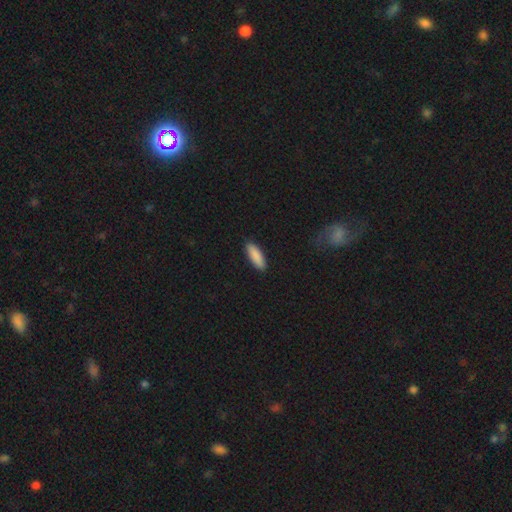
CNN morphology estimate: Smooth or featured? smooth (89%)
How rounded? in between (51%)
Merging? none (90%)